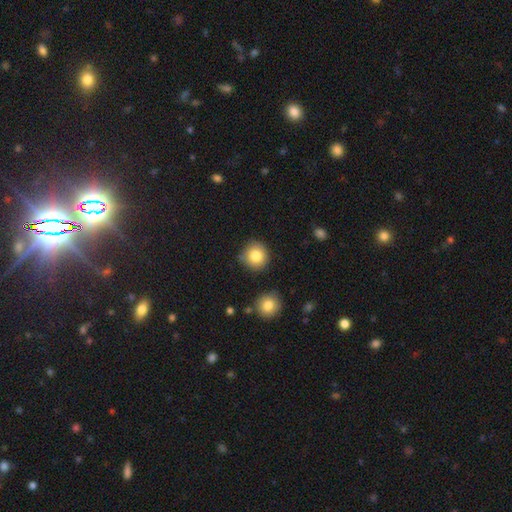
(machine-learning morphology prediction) Overall: smooth (83%). How rounded: round (93%). Merging: none (82%).